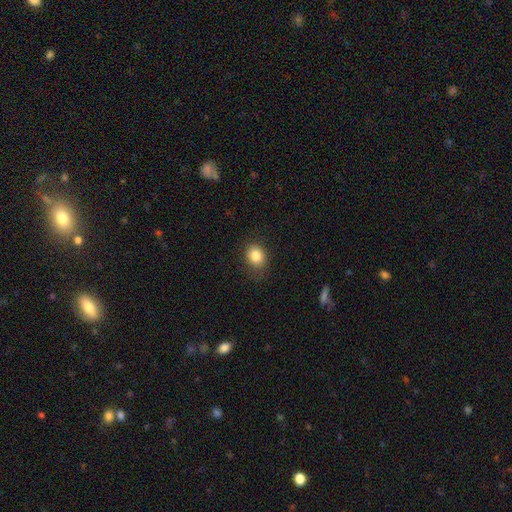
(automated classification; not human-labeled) Smooth or featured? smooth (84%)
How rounded? round (57%)
Merging? none (77%)